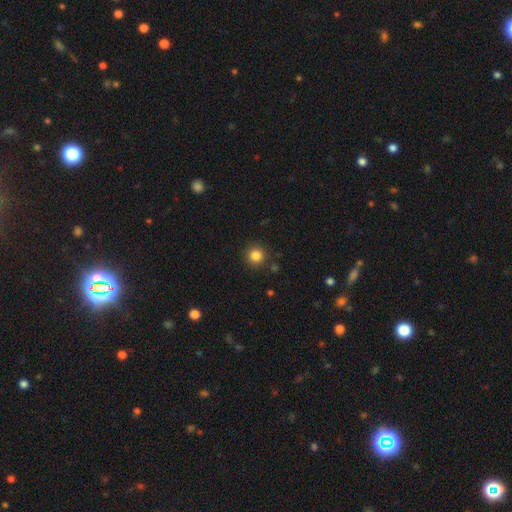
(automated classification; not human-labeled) A smooth galaxy with no disk features (83%) that is round (95%).

Vote fractions:
- Smooth or featured? smooth: 83% / star or artifact: 12% / featured or disk: 5%
- How rounded? round: 95% / in between: 5% / cigar-shaped: 1%
- Merging? none: 89% / minor disturbance: 6% / merger: 2% / major disturbance: 2%